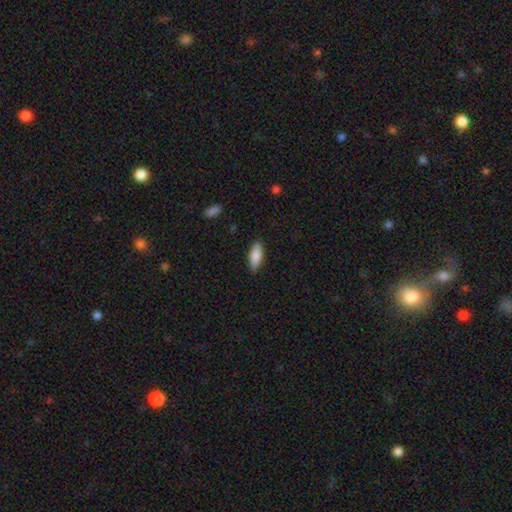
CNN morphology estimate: type=smooth (84%); roundness=in between (72%); merging=none (86%).